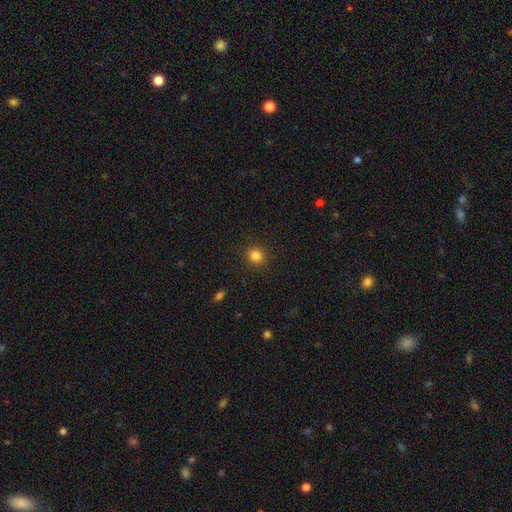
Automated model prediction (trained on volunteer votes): The model was most divided on "smooth or featured": smooth: 83%, star or artifact: 13%, featured or disk: 5%. More confident: how rounded — round (92%); merging — none (90%).